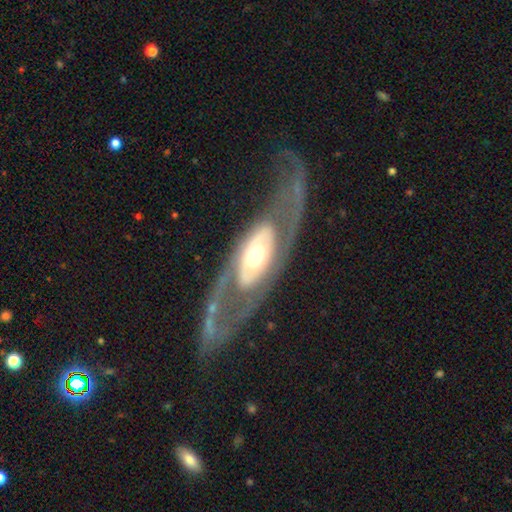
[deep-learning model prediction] Overall: featured or disk (82%). Edge-on disk: no (85%). Bar: no (75%). Spiral arms: yes (57%; no 43%). Bulge size: moderate (60%; large 27%). Merging: none (64%).